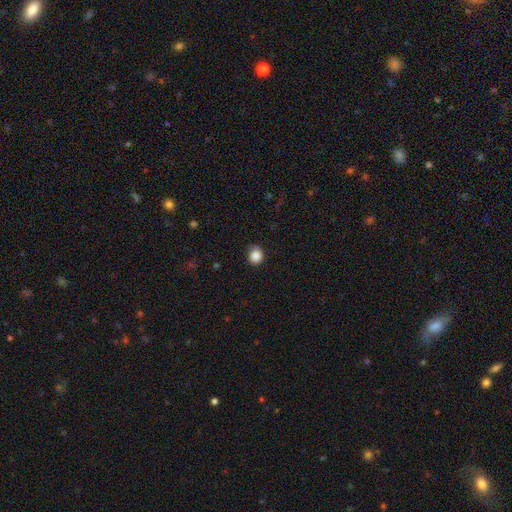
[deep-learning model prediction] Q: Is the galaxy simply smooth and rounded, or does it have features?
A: smooth — 87%.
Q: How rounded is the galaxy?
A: round — 78%.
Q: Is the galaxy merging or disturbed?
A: none — 80%.